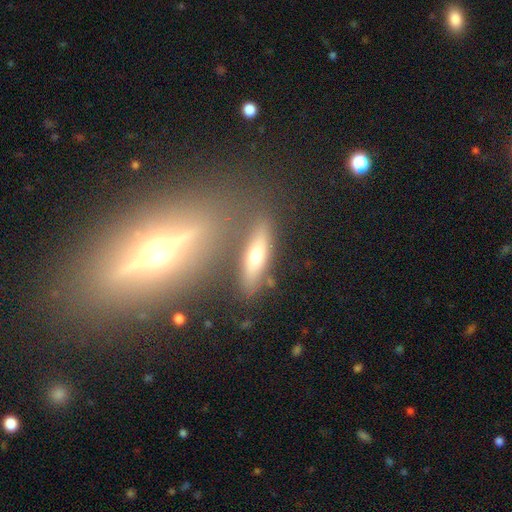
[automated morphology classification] type=smooth (45%); merging=none (72%).